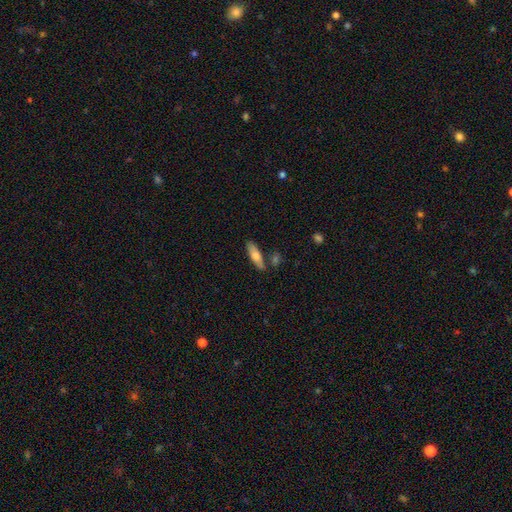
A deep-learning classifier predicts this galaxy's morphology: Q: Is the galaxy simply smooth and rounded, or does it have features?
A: smooth — 65%.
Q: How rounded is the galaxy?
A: cigar-shaped — 53%.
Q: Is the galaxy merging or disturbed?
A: none — 75%.